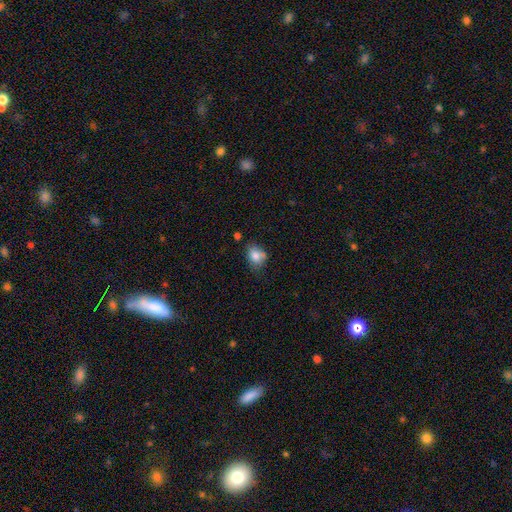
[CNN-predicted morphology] A smooth galaxy with no disk features (81%) that is in between round and cigar-shaped (58%).

Vote fractions:
- Smooth or featured? smooth: 81% / featured or disk: 9% / star or artifact: 9%
- How rounded? in between: 58% / round: 41% / cigar-shaped: 1%
- Merging? none: 55% / minor disturbance: 30% / merger: 8% / major disturbance: 7%